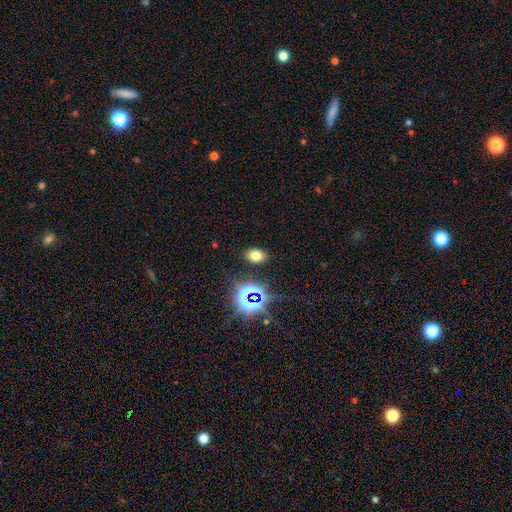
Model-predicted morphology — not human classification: Smooth or featured: smooth — 69% (star or artifact — 23%)
How rounded: in between — 84% (round — 15%)
Merging: none — 87% (minor disturbance — 8%)